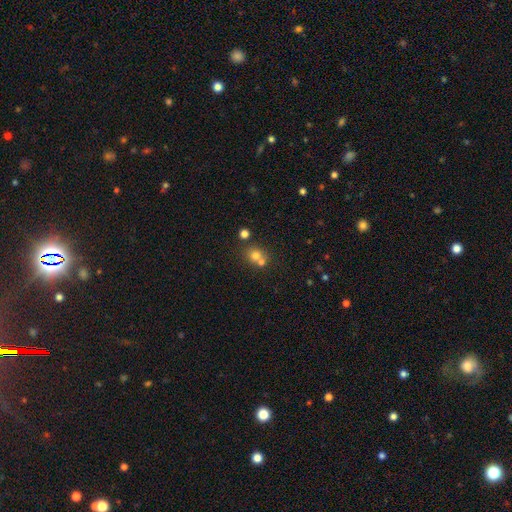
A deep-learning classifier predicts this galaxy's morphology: smooth_or_featured: smooth (p=0.71) [alt: star or artifact p=0.17]
how_rounded: round (p=0.80) [alt: in between p=0.19]
merging: none (p=0.49) [alt: merger p=0.42]